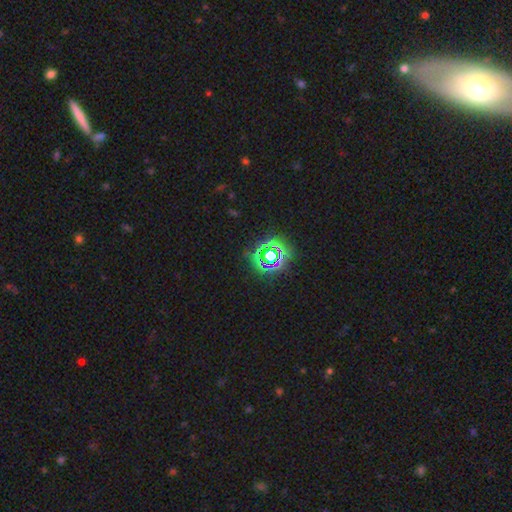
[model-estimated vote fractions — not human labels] smooth-or-featured: star or artifact: 73% | smooth: 20% | featured or disk: 8%